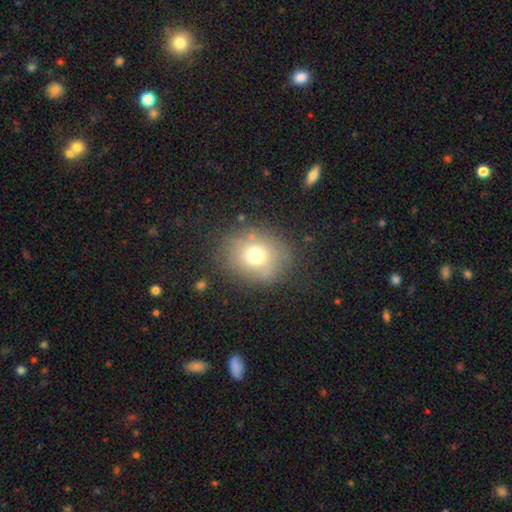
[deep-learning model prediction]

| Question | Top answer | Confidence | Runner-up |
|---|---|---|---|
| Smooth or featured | smooth | 70% | featured or disk (15%) |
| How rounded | round | 64% | in between (35%) |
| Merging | none | 80% | minor disturbance (12%) |